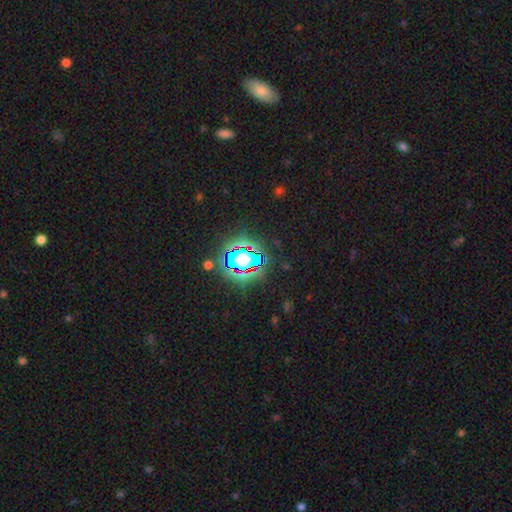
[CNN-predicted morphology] Smooth or featured? star or artifact (81%)